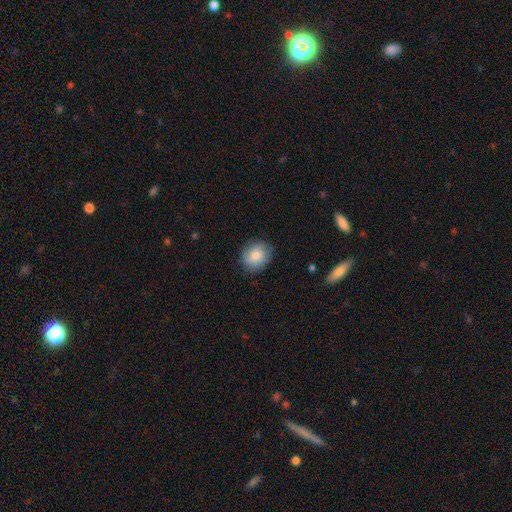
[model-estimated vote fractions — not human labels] Smooth or featured? smooth (80%)
How rounded? round (77%)
Merging? none (81%)